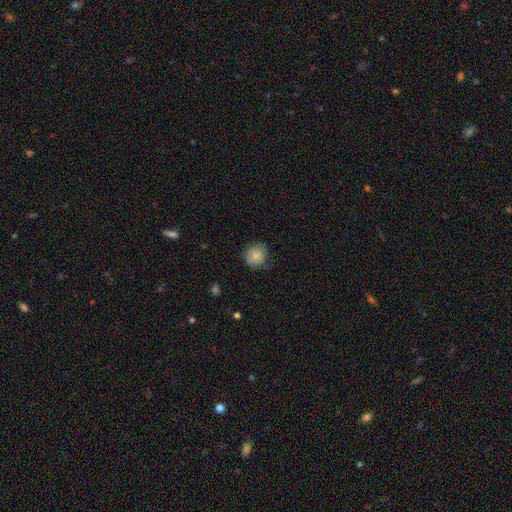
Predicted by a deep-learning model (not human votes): A smooth galaxy with no disk features (85%) that is round (87%). Merging: none (78%).